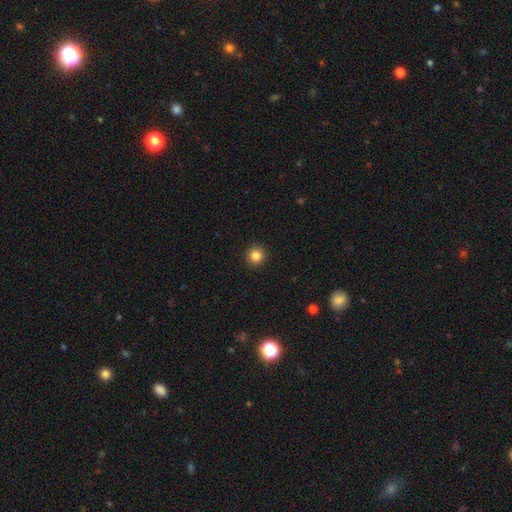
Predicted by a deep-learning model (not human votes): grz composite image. It shows a smooth galaxy with no disk features (84%) that is round (95%). Merging: none (93%).